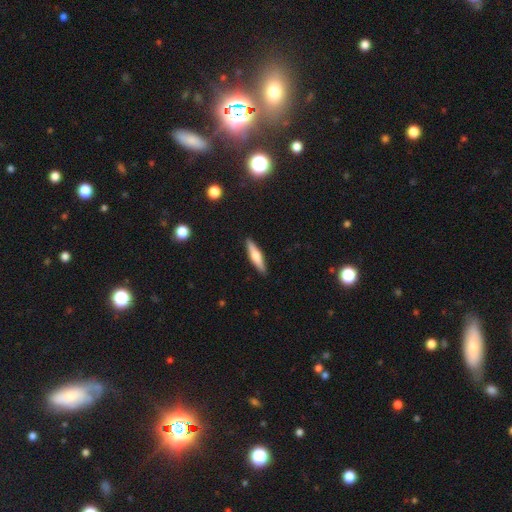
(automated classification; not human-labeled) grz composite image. It shows a smooth galaxy with no disk features (51%) that is cigar-shaped (80%). Merging: none (90%).